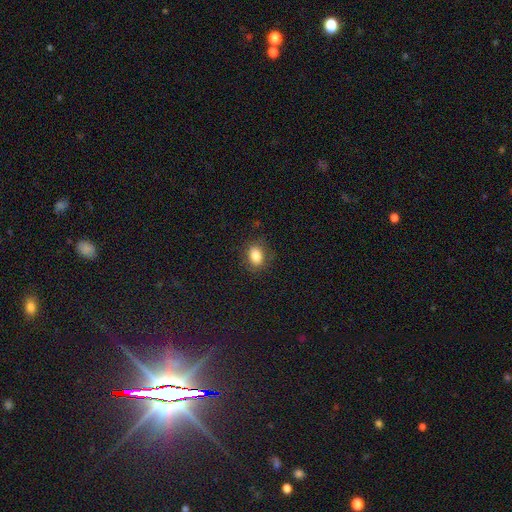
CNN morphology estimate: Smooth or featured? Predicted: smooth (p=0.83). How rounded? Predicted: in between (p=0.69). Merging? Predicted: none (p=0.83).